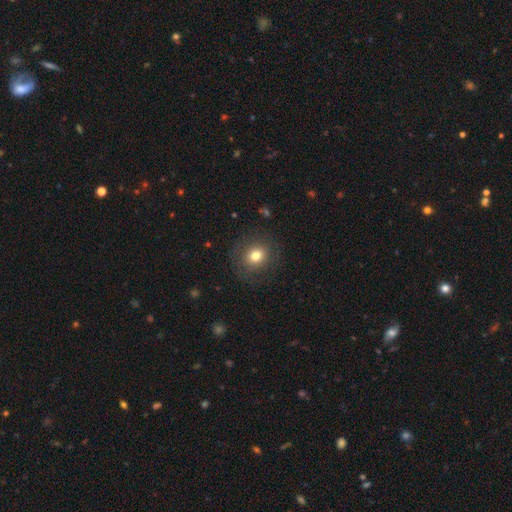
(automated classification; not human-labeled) Morphology: type=smooth (77%); roundness=round (80%); merging=none (84%).